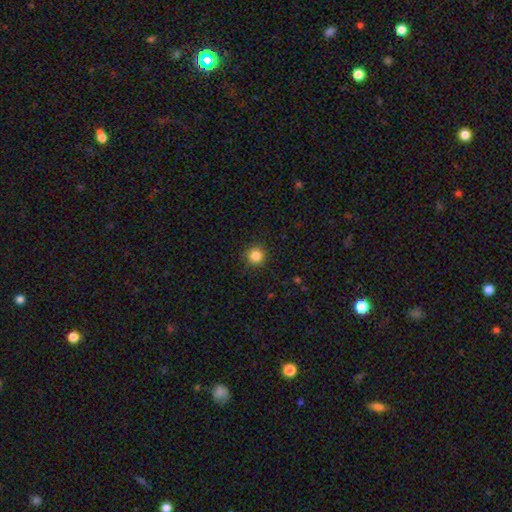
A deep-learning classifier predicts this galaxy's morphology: This is clearly a smooth galaxy (84%). How rounded: clearly round (95%). Merging: clearly none (90%).